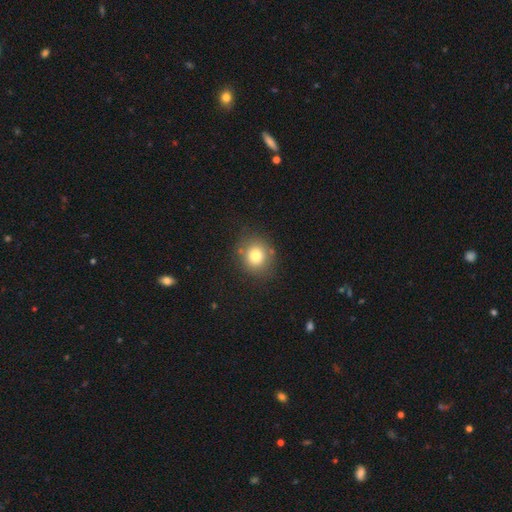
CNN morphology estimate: The model was most divided on "how rounded": round: 78%, in between: 21%, cigar-shaped: 1%. More confident: merging — none (81%); smooth or featured — smooth (78%).